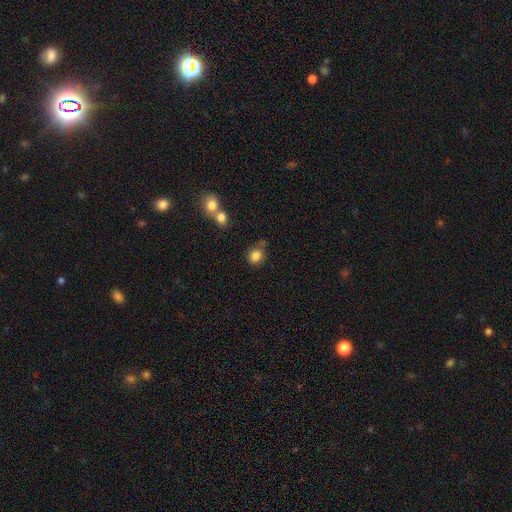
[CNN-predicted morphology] This appears to be a smooth galaxy with no disk features (83%) that is round (73%). Merging: none (67%).